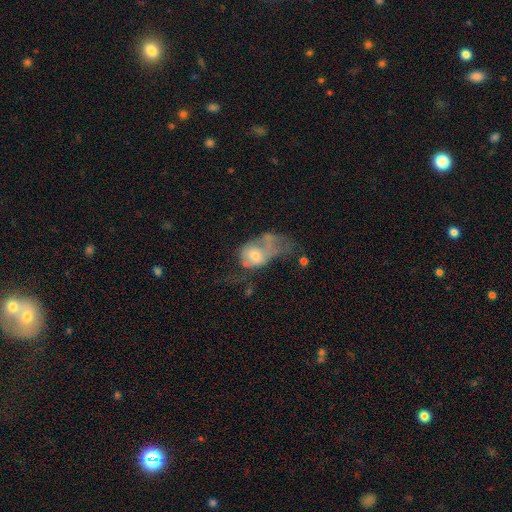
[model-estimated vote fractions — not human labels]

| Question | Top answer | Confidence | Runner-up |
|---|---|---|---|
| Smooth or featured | smooth | 49% | featured or disk (42%) |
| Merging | major disturbance | 55% | merger (17%) |